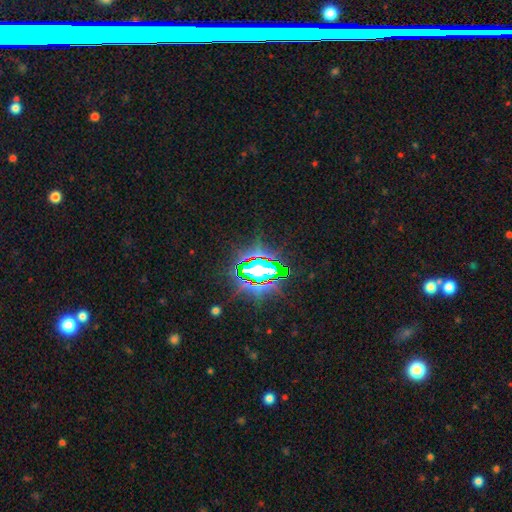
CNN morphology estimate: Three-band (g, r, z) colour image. It shows a star or artifact, not a galaxy (83%).